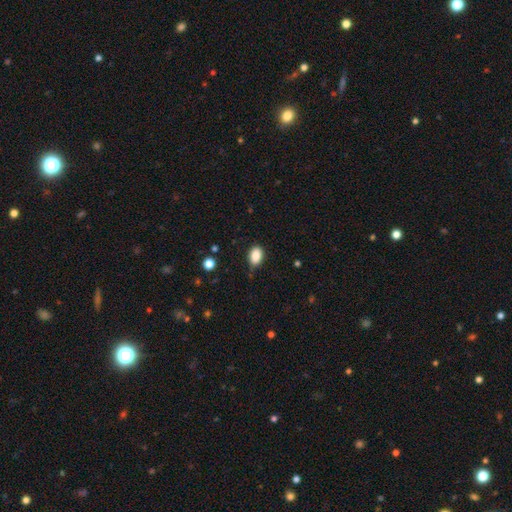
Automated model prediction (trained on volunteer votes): Morphology: type=smooth (88%); roundness=in between (85%); merging=none (77%).